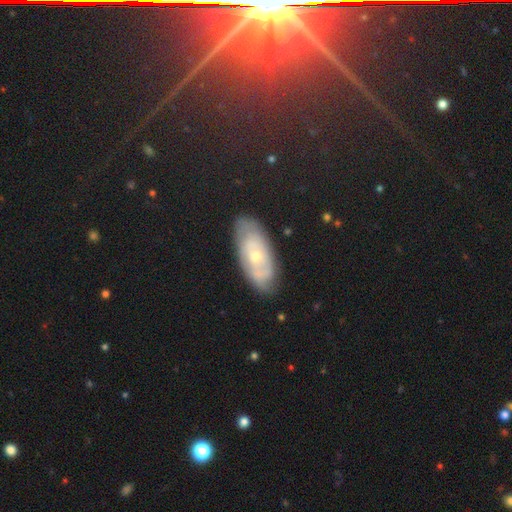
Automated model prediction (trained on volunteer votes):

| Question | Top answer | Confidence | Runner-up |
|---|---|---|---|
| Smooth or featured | featured or disk | 61% | smooth (28%) |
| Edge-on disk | no | 88% | yes (12%) |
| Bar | no | 77% | weak (19%) |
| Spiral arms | yes | 68% | no (32%) |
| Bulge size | small | 55% | moderate (40%) |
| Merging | none | 77% | minor disturbance (17%) |